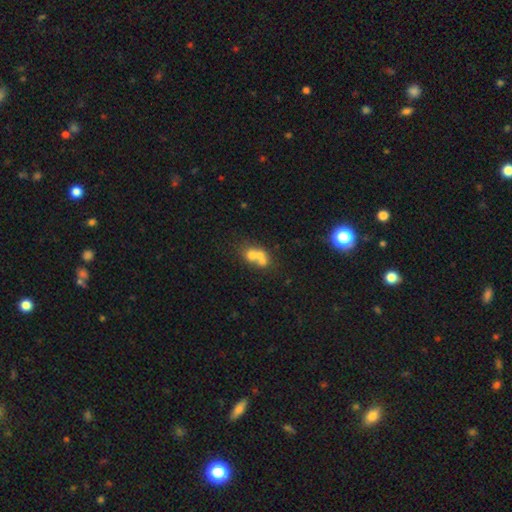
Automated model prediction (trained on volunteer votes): smooth_or_featured: smooth (p=0.59) [alt: featured or disk p=0.28]
how_rounded: round (p=0.63) [alt: in between p=0.35]
merging: merger (p=0.65) [alt: none p=0.24]